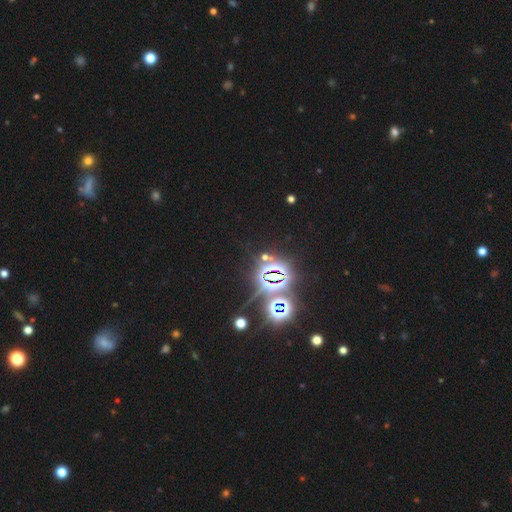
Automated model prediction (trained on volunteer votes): Smooth or featured?
  - star or artifact: 83% *
  - smooth: 10%
  - featured or disk: 7%